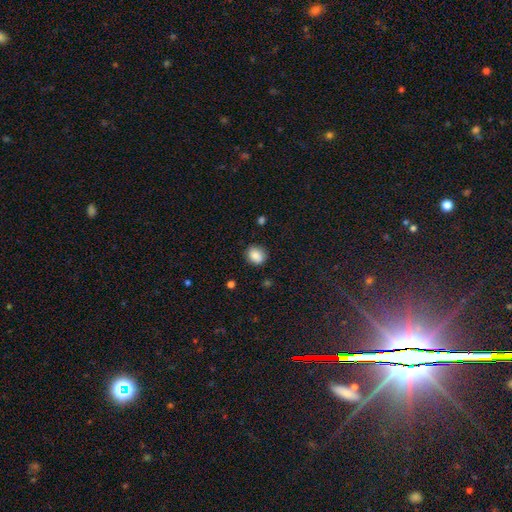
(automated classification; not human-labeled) Smooth or featured: smooth — 85% (star or artifact — 9%)
How rounded: round — 71% (in between — 28%)
Merging: none — 87% (minor disturbance — 9%)